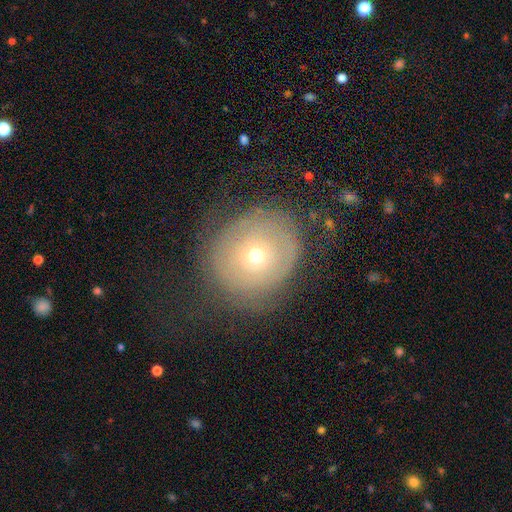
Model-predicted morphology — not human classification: A smooth galaxy with no disk features (45%).

Vote fractions:
- Smooth or featured? smooth: 45% / featured or disk: 43% / star or artifact: 12%
- Merging? none: 65% / minor disturbance: 21% / major disturbance: 13% / merger: 2%